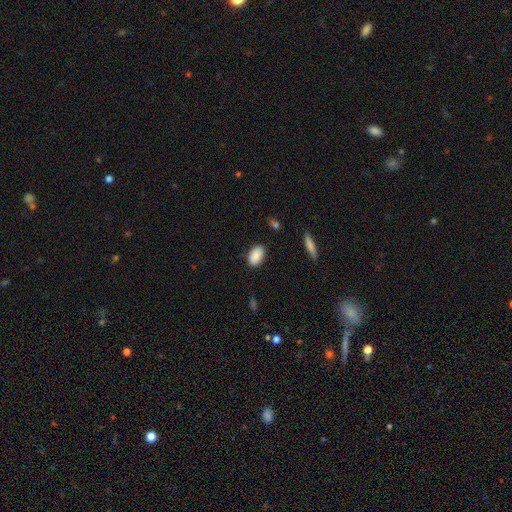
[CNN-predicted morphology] This is clearly a smooth galaxy (89%). How rounded: clearly in between (93%). Merging: clearly none (86%).